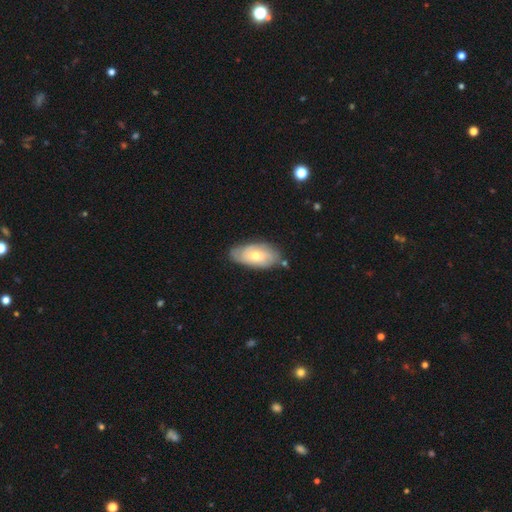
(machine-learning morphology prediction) smooth_or_featured: featured or disk (p=0.47) [tied with: smooth p=0.47]
merging: none (p=0.71) [alt: minor disturbance p=0.22]